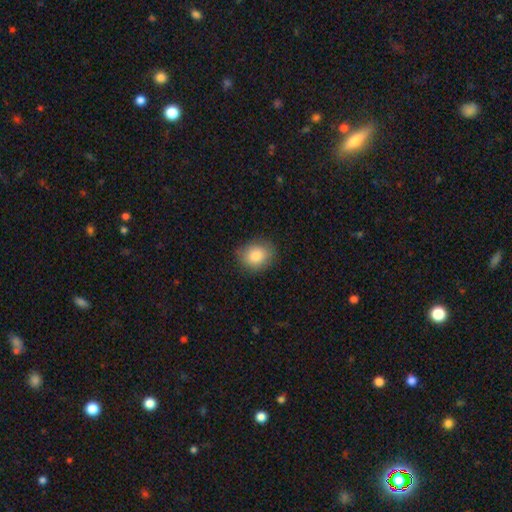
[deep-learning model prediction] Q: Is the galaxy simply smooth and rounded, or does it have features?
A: smooth — 85%.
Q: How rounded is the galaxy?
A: round — 60%.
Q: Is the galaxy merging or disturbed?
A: none — 82%.